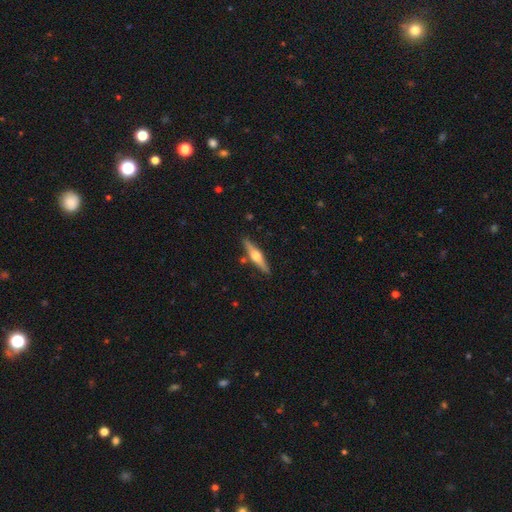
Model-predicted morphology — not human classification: Smooth or featured: featured or disk — 67% (smooth — 28%)
Edge-on disk: yes — 97% (no — 3%)
Edge-on bulge: rounded — 93% (boxy — 5%)
Merging: none — 87% (minor disturbance — 8%)